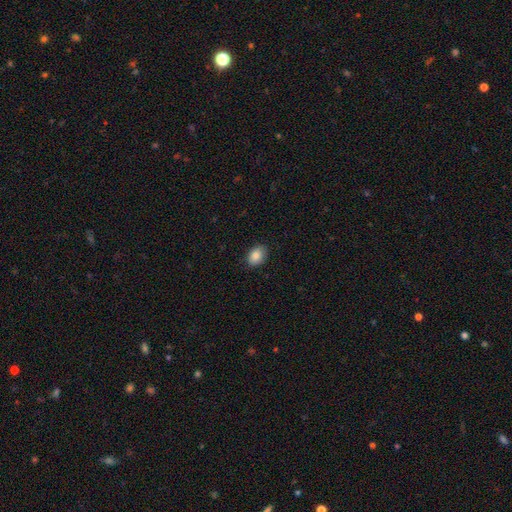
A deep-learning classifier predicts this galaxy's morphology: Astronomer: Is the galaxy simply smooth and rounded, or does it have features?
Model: smooth — 87%.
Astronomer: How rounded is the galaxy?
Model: in between — 78%.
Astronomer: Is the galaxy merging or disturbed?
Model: none — 85%.